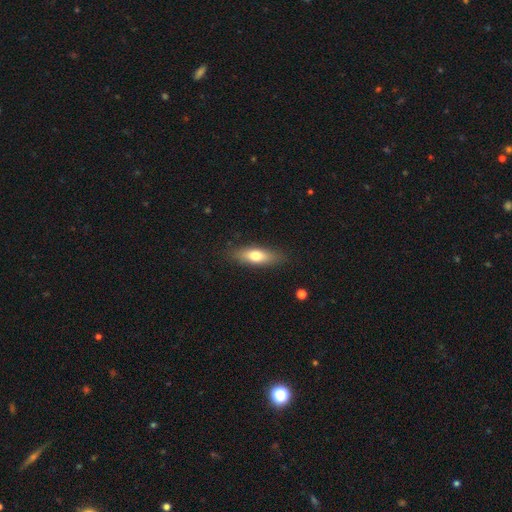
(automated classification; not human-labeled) Smooth or featured? Predicted: smooth (p=0.70). How rounded? Predicted: in between (p=0.58). Merging? Predicted: none (p=0.84).